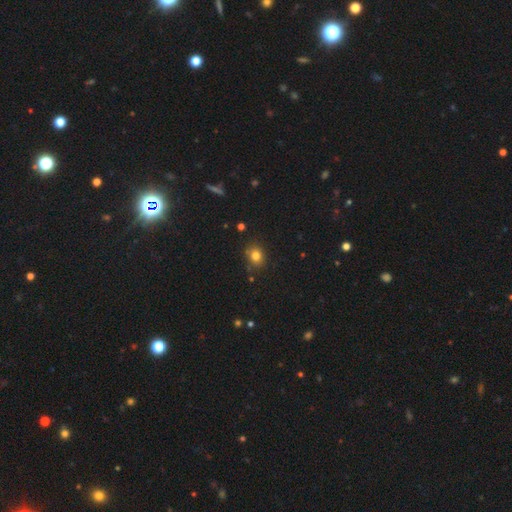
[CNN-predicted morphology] Smooth or featured?
  - smooth: 80% *
  - star or artifact: 13%
  - featured or disk: 7%
How rounded?
  - round: 67% *
  - in between: 32%
  - cigar-shaped: 1%
Merging?
  - none: 82% *
  - minor disturbance: 13%
  - major disturbance: 3%
  - merger: 3%